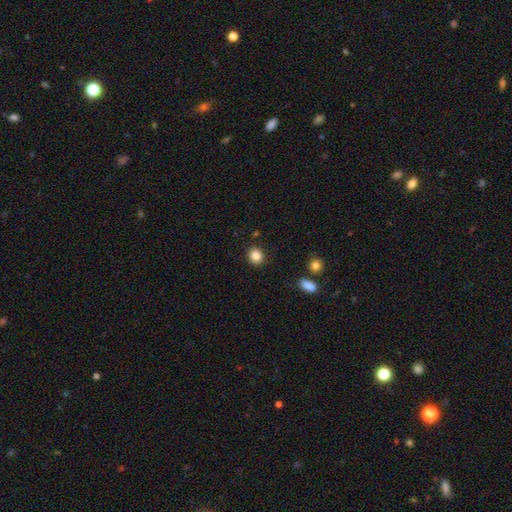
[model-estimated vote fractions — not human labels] Q: Smooth or featured?
A: smooth (86%); runner-up: star or artifact (10%)
Q: How rounded?
A: round (81%); runner-up: in between (18%)
Q: Merging?
A: none (89%); runner-up: minor disturbance (7%)